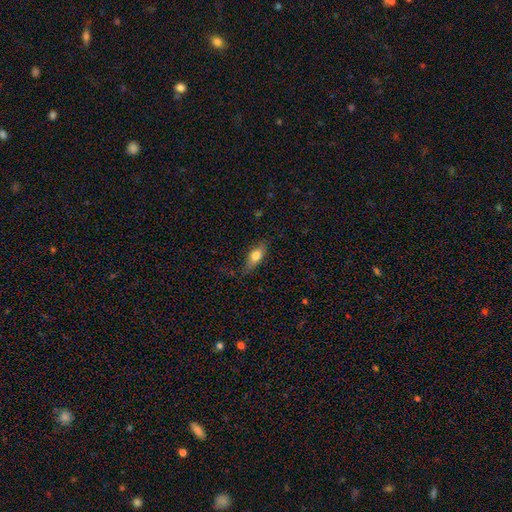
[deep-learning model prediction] Smooth or featured: smooth — 69% (featured or disk — 24%)
How rounded: in between — 73% (cigar-shaped — 22%)
Merging: none — 74% (minor disturbance — 19%)